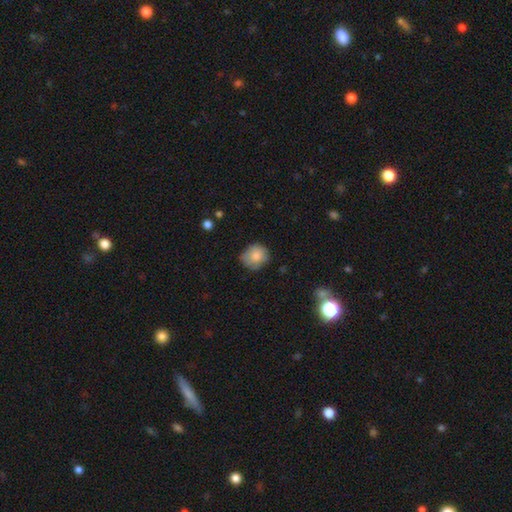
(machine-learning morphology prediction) Smooth or featured? smooth (81%)
How rounded? round (82%)
Merging? none (70%)